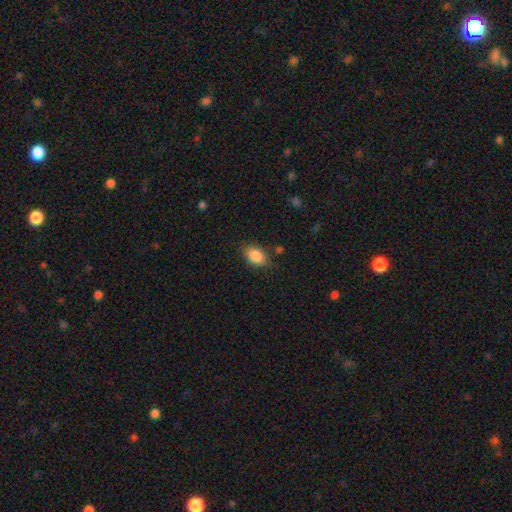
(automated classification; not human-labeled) The model was most divided on "merging": none: 80%, minor disturbance: 14%, major disturbance: 3%, merger: 2%. More confident: how rounded — in between (87%); smooth or featured — smooth (86%).